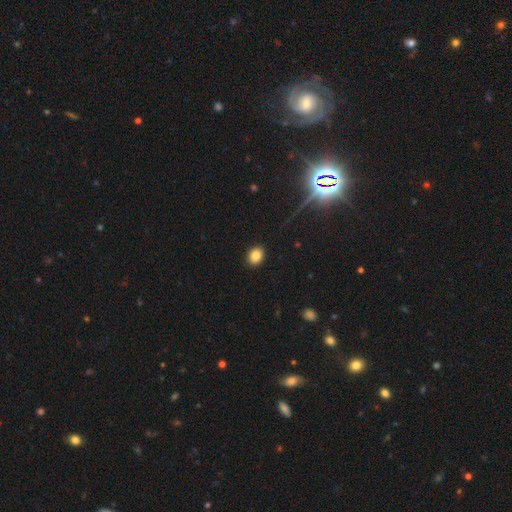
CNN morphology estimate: This appears to be a smooth galaxy with no disk features (85%) that is in between round and cigar-shaped (55%). Merging: none (90%).